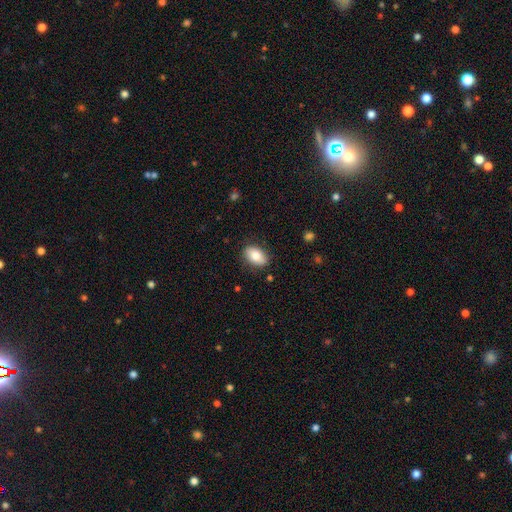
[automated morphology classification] smooth_or_featured: smooth (p=0.80) [alt: featured or disk p=0.13]
how_rounded: in between (p=0.89) [alt: round p=0.10]
merging: none (p=0.84) [alt: minor disturbance p=0.12]